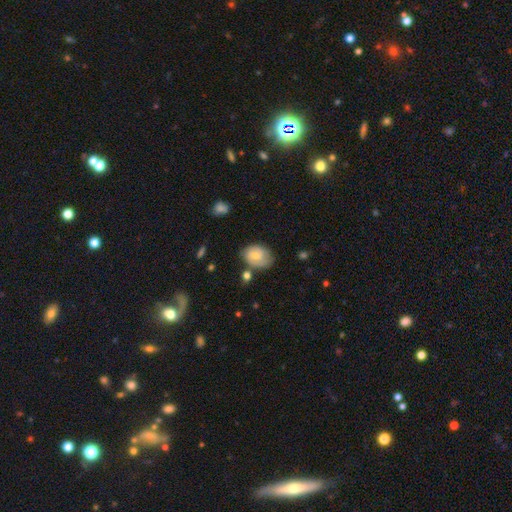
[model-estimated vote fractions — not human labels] Smooth or featured: smooth — 55% (featured or disk — 37%)
How rounded: in between — 70% (round — 29%)
Merging: none — 58% (minor disturbance — 28%)